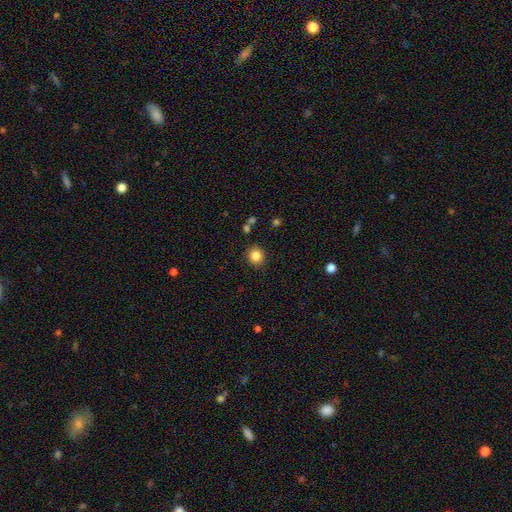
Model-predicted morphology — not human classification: This appears to be a smooth galaxy with no disk features (85%) that is round (87%). Merging: none (89%).